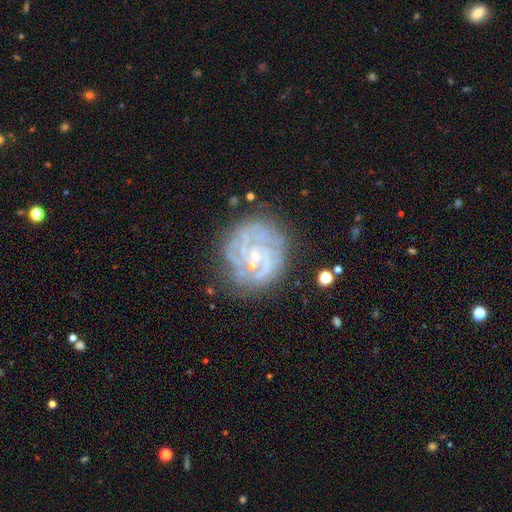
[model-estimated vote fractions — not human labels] featured or disk 82%, star or artifact 9%, smooth 9%. Down the decision tree: edge-on disk — no (98%); bar — no (65%); spiral arms — yes (94%); spiral arm count — can't tell (28%); spiral winding — tight (71%); bulge size — small (78%); merging — none (74%).